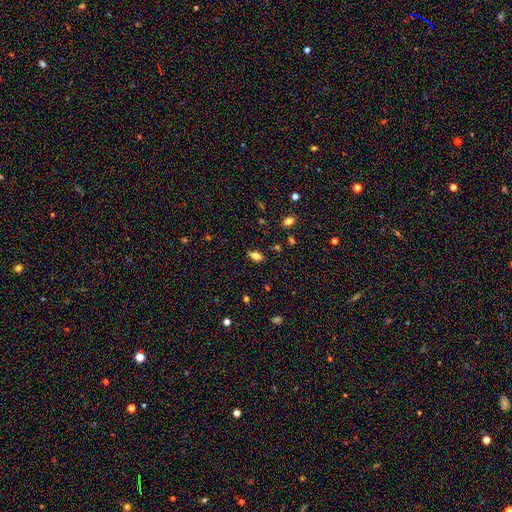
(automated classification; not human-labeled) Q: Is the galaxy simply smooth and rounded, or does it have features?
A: smooth — 67%.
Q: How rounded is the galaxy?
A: in between — 82%.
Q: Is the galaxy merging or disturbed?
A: none — 83%.